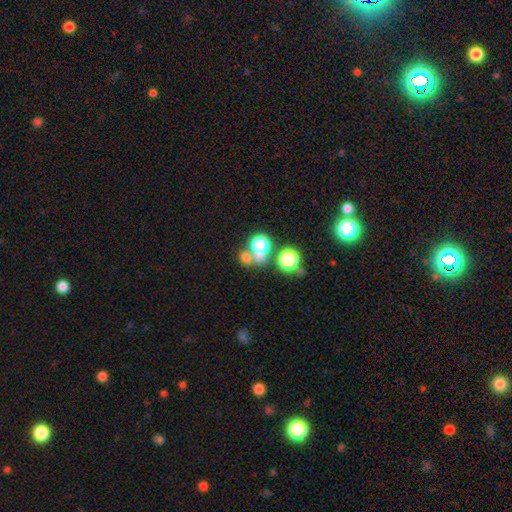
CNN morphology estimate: Smooth or featured?
  - smooth: 59% *
  - star or artifact: 28%
  - featured or disk: 13%
How rounded?
  - round: 75% *
  - in between: 24%
  - cigar-shaped: 1%
Merging?
  - none: 45% *
  - merger: 40%
  - minor disturbance: 8%
  - major disturbance: 6%